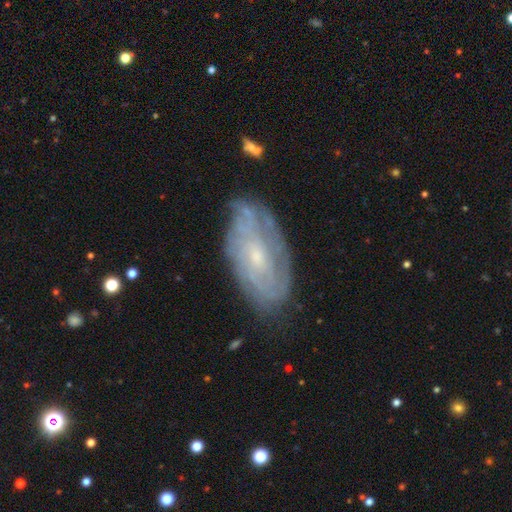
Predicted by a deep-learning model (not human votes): Overall: featured or disk (75%). Edge-on disk: no (92%). Bar: no (68%). Spiral arms: yes (84%). Spiral arm count: can't tell (56%). Spiral winding: tight (67%). Bulge size: small (70%). Merging: none (73%).